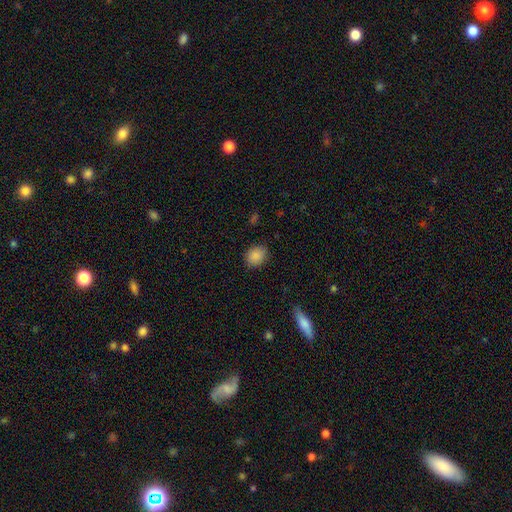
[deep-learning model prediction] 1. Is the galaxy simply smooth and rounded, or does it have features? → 88% smooth, 9% star or artifact, 3% featured or disk.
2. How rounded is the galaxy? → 58% round, 41% in between, 1% cigar-shaped.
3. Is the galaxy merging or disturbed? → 83% none, 13% minor disturbance, 3% major disturbance, 1% merger.